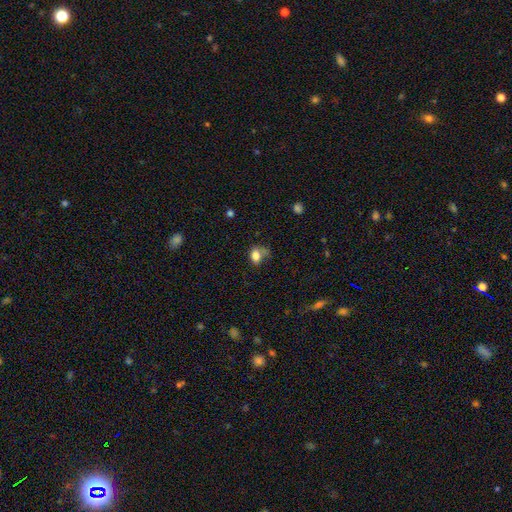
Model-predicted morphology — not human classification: Smooth or featured? smooth (79%)
How rounded? in between (65%)
Merging? none (41%)